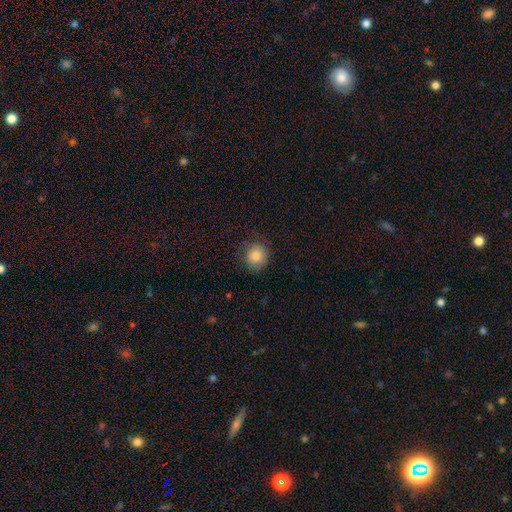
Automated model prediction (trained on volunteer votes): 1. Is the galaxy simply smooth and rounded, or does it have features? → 84% smooth, 9% star or artifact, 7% featured or disk.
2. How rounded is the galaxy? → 90% round, 9% in between, 1% cigar-shaped.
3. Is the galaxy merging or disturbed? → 81% none, 14% minor disturbance, 4% major disturbance, 1% merger.